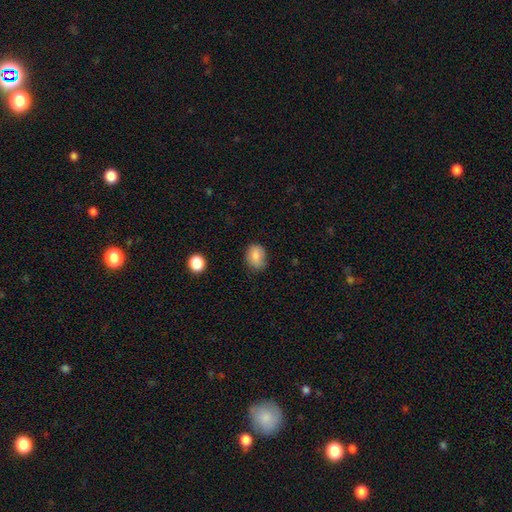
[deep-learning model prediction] A smooth galaxy with no disk features (84%) that is in between round and cigar-shaped (54%).

Vote fractions:
- Smooth or featured? smooth: 84% / star or artifact: 9% / featured or disk: 7%
- How rounded? in between: 54% / round: 45% / cigar-shaped: 1%
- Merging? none: 75% / minor disturbance: 20% / major disturbance: 4% / merger: 1%